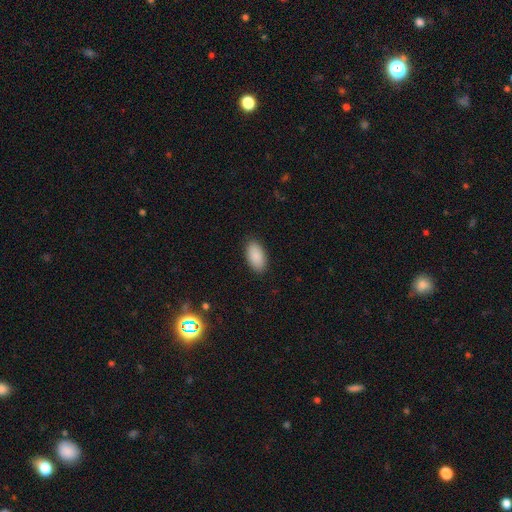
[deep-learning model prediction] smooth_or_featured: smooth (p=0.90) [alt: star or artifact p=0.06]
how_rounded: in between (p=0.95) [alt: round p=0.03]
merging: none (p=0.88) [alt: minor disturbance p=0.09]